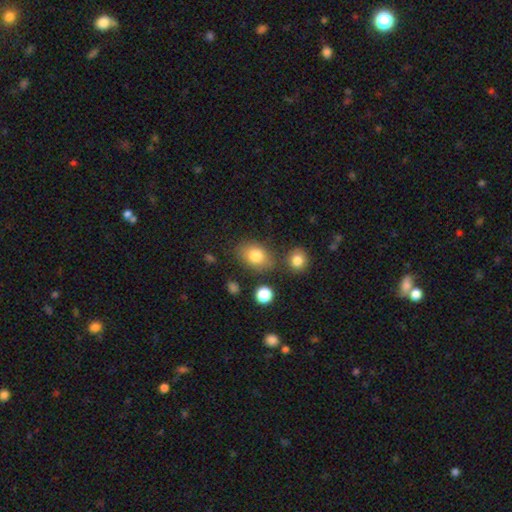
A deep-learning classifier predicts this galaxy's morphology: smooth 81%, featured or disk 10%, star or artifact 9%. Down the decision tree: how rounded — in between (73%); merging — none (72%).